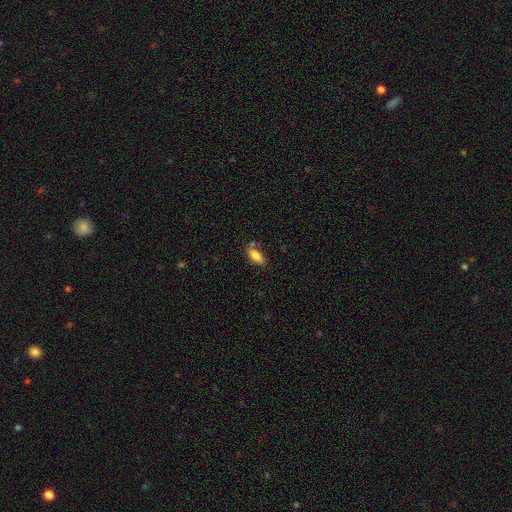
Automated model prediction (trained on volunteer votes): Smooth or featured? Predicted: smooth (p=0.80). How rounded? Predicted: in between (p=0.83). Merging? Predicted: none (p=0.70).